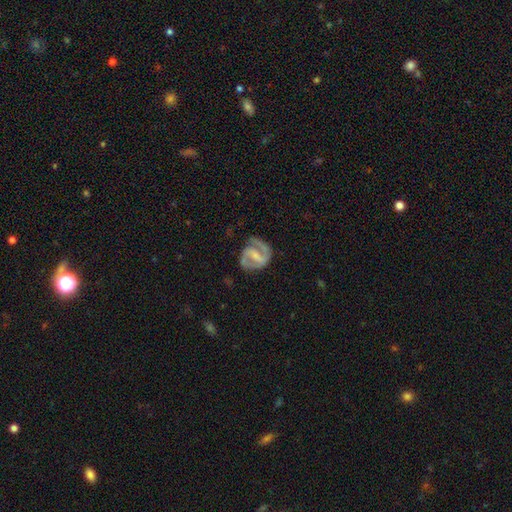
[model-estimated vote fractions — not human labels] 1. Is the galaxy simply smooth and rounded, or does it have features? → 85% featured or disk, 10% smooth, 5% star or artifact.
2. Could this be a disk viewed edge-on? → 98% no, 2% yes.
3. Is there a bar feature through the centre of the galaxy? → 49% strong, 38% weak, 13% no.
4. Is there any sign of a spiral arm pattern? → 94% yes, 6% no.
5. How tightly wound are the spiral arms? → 52% medium, 32% tight, 16% loose.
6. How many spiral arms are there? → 86% 2, 7% 1, 5% can't tell, 1% 3, 1% 4, 1% more than 4.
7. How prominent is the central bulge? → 42% small, 29% moderate, 24% none, 4% large, 1% dominant.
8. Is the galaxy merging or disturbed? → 70% none, 18% minor disturbance, 10% major disturbance, 2% merger.